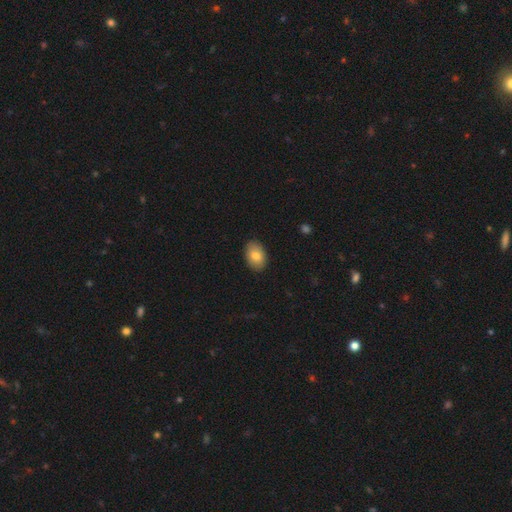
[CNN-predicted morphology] Smooth or featured? Predicted: smooth (p=0.82). How rounded? Predicted: in between (p=0.87). Merging? Predicted: none (p=0.88).